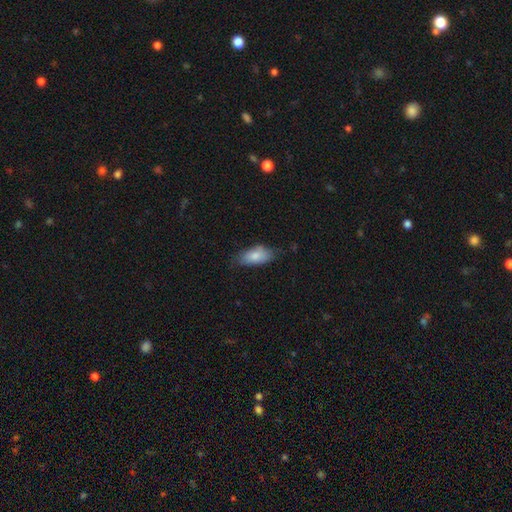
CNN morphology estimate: smooth_or_featured: smooth (p=0.82) [alt: featured or disk p=0.12]
how_rounded: in between (p=0.89) [alt: cigar-shaped p=0.08]
merging: none (p=0.65) [alt: minor disturbance p=0.28]